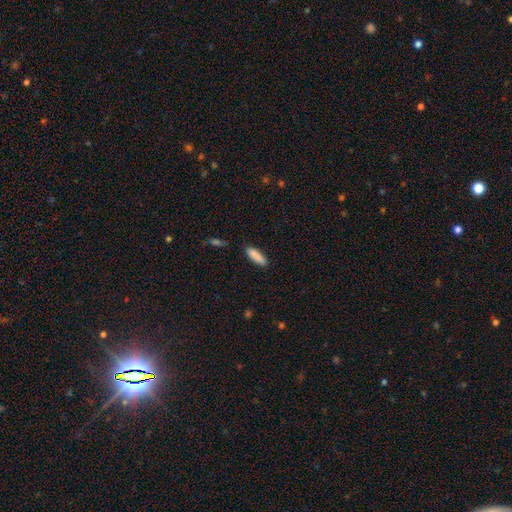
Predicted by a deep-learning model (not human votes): A smooth galaxy with no disk features (88%) that is cigar-shaped (54%).

Vote fractions:
- Smooth or featured? smooth: 88% / star or artifact: 6% / featured or disk: 6%
- How rounded? cigar-shaped: 54% / in between: 45% / round: 1%
- Merging? none: 85% / minor disturbance: 11% / major disturbance: 2% / merger: 2%